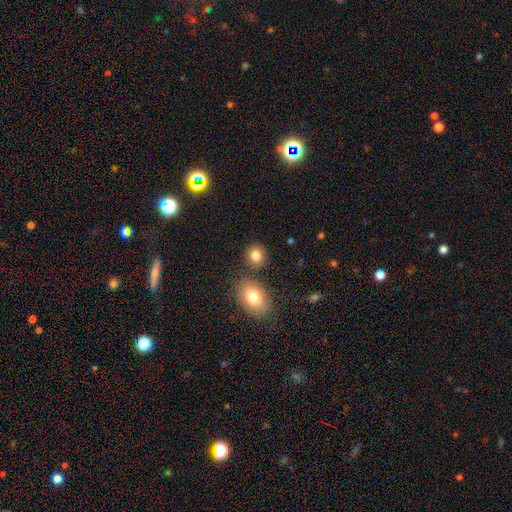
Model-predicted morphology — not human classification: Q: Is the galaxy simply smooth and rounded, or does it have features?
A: smooth — 83%.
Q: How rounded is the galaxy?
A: round — 68%.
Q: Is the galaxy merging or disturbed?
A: none — 78%.